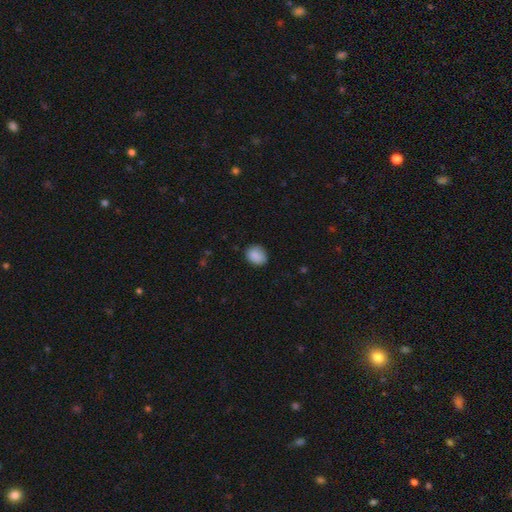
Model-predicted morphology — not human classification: smooth_or_featured: smooth (p=0.88) [alt: star or artifact p=0.08]
how_rounded: round (p=0.63) [alt: in between p=0.36]
merging: none (p=0.80) [alt: minor disturbance p=0.16]